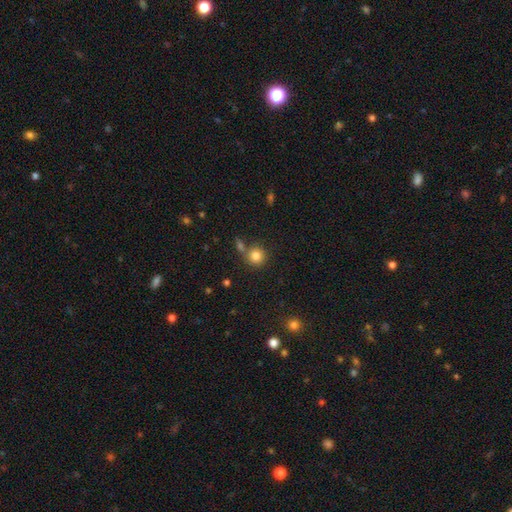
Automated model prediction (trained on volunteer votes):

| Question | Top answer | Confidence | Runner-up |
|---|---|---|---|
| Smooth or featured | smooth | 82% | star or artifact (11%) |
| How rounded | round | 91% | in between (8%) |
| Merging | none | 68% | merger (18%) |